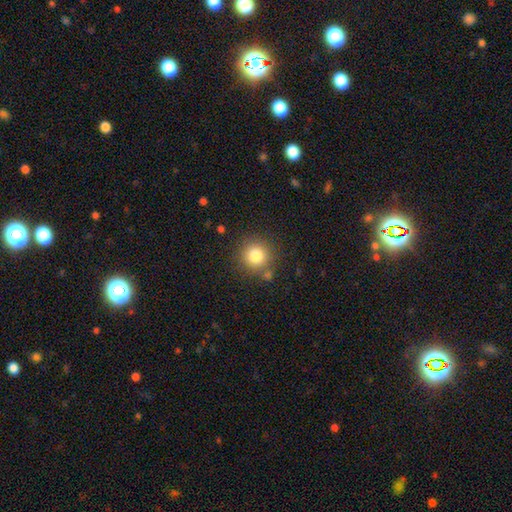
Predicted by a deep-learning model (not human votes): smooth 81%, star or artifact 12%, featured or disk 7%. Down the decision tree: how rounded — round (93%); merging — none (81%).